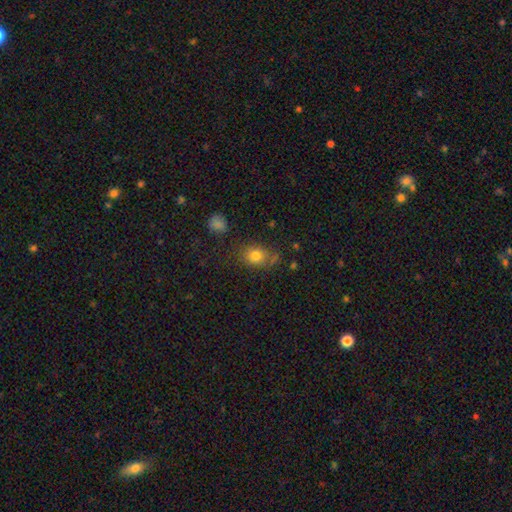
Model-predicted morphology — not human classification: Smooth or featured?
  - smooth: 80% *
  - star or artifact: 12%
  - featured or disk: 9%
How rounded?
  - in between: 53% *
  - round: 45%
  - cigar-shaped: 1%
Merging?
  - none: 69% *
  - minor disturbance: 20%
  - major disturbance: 7%
  - merger: 5%